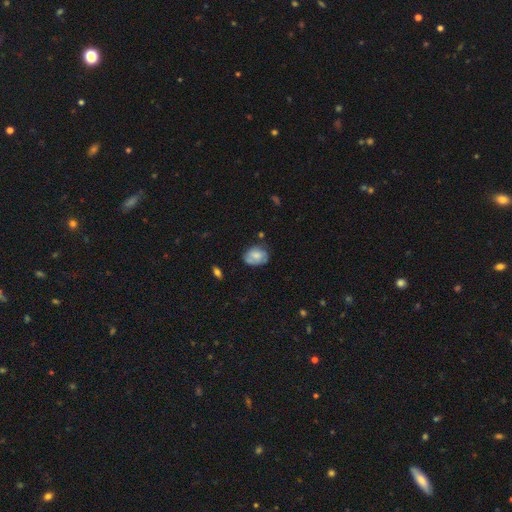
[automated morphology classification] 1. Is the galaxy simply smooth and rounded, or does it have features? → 68% smooth, 24% featured or disk, 7% star or artifact.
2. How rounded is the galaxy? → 68% in between, 31% round, 1% cigar-shaped.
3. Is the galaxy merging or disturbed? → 59% none, 30% minor disturbance, 8% major disturbance, 3% merger.